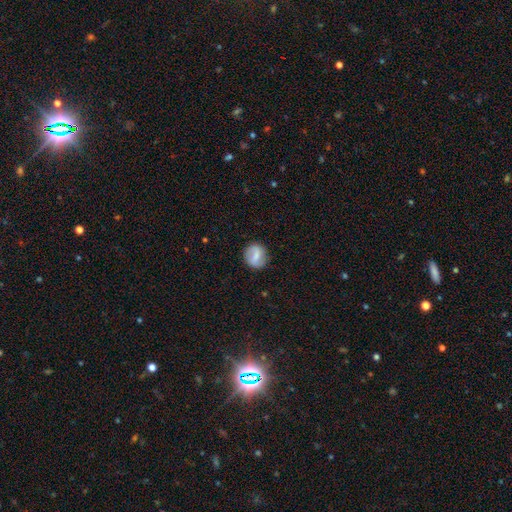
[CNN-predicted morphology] smooth-or-featured: smooth: 49% | featured or disk: 43% | star or artifact: 7%
  merging: none: 85% | minor disturbance: 10% | major disturbance: 3% | merger: 1%